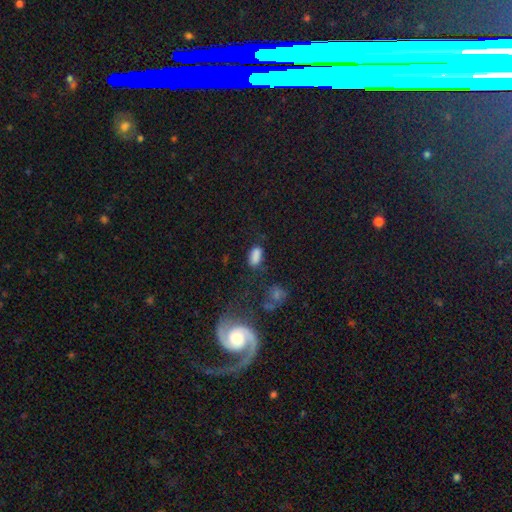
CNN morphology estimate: A smooth galaxy with no disk features (82%) that is in between round and cigar-shaped (90%). Merging: none (71%).